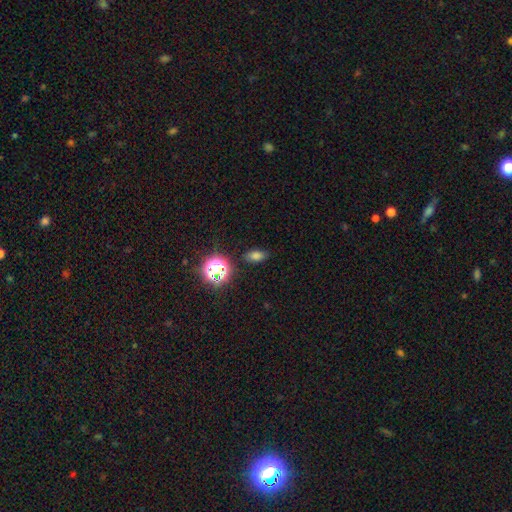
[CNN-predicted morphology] Smooth or featured?
  - smooth: 72% *
  - star or artifact: 22%
  - featured or disk: 6%
How rounded?
  - in between: 83% *
  - round: 14%
  - cigar-shaped: 3%
Merging?
  - none: 83% *
  - minor disturbance: 12%
  - major disturbance: 3%
  - merger: 2%